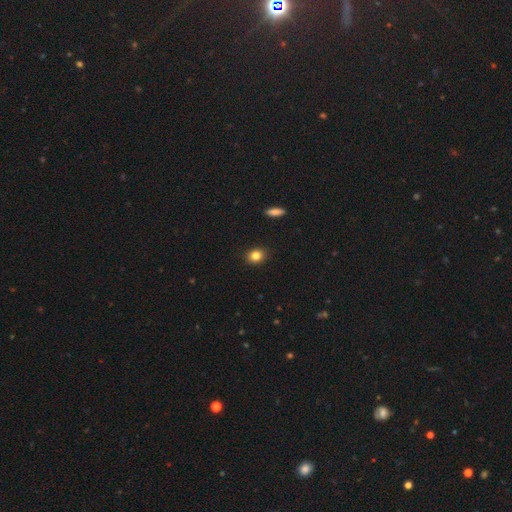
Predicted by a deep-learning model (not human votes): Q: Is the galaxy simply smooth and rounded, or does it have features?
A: smooth — 83%.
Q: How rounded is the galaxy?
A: round — 59%.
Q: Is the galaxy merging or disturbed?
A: none — 90%.